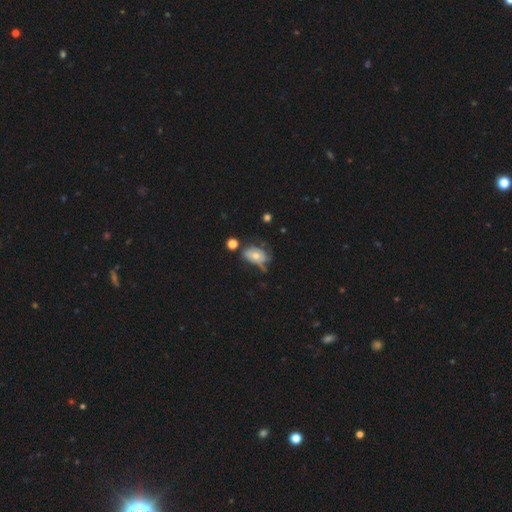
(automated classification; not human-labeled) Morphology: type=smooth (48%); merging=none (33%).